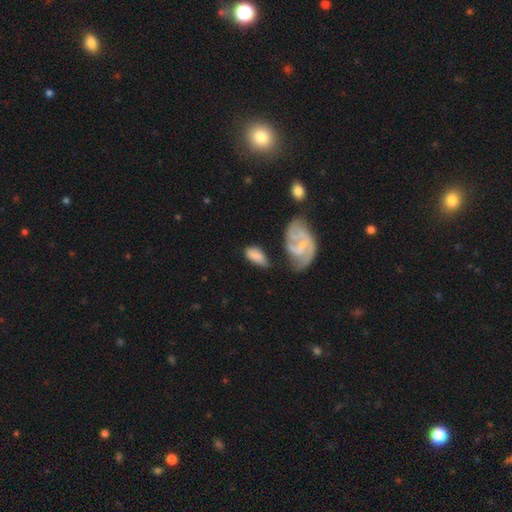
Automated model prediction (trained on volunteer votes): smooth_or_featured: smooth (p=0.65) [alt: featured or disk p=0.28]
how_rounded: in between (p=0.89) [alt: cigar-shaped p=0.06]
merging: none (p=0.46) [alt: minor disturbance p=0.28]